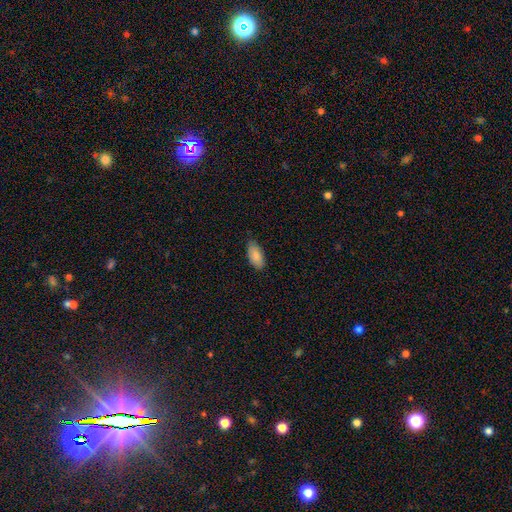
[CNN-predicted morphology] A smooth galaxy with no disk features (88%) that is in between round and cigar-shaped (91%).

Vote fractions:
- Smooth or featured? smooth: 88% / star or artifact: 6% / featured or disk: 6%
- How rounded? in between: 91% / cigar-shaped: 7% / round: 2%
- Merging? none: 81% / minor disturbance: 15% / major disturbance: 2% / merger: 1%